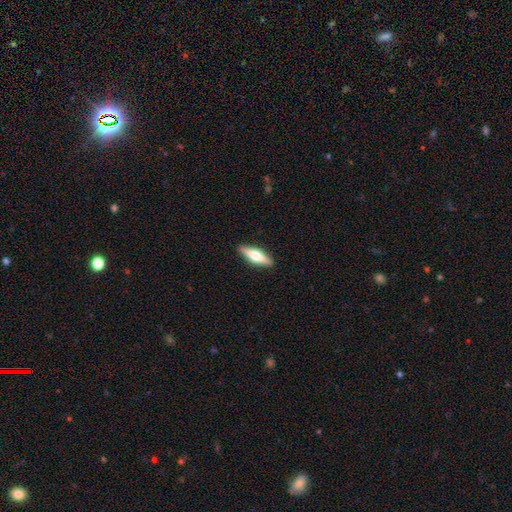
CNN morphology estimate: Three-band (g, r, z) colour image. It shows a smooth galaxy with no disk features (47%, tied with featured or disk). Merging: none (90%).